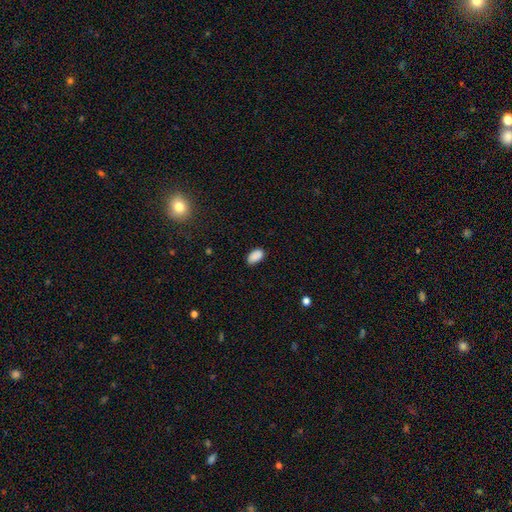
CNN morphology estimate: Overall: smooth (88%). How rounded: in between (94%). Merging: none (80%).